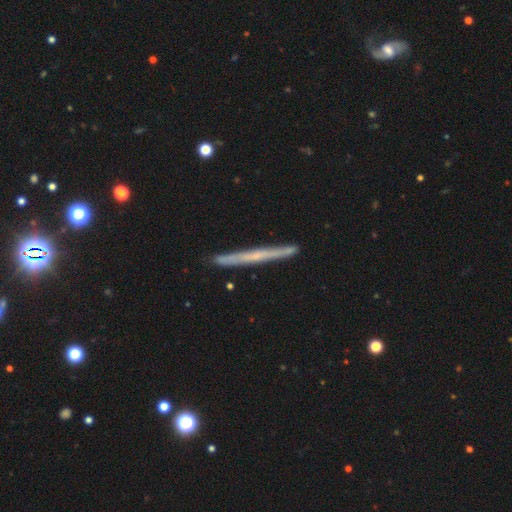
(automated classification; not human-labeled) This appears to be a featured or disk galaxy (58%) viewed edge-on (97%) with no central bulge (76%). Merging: none (89%).